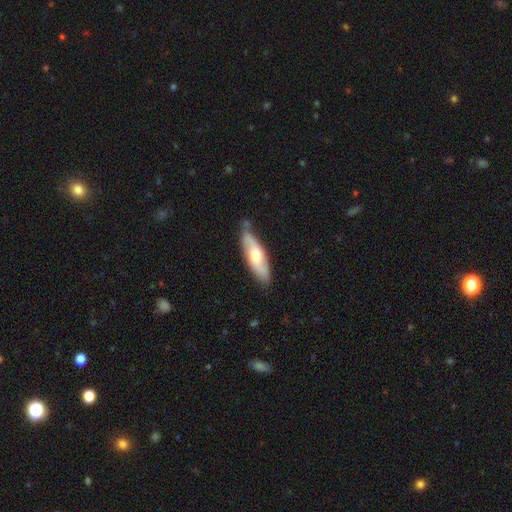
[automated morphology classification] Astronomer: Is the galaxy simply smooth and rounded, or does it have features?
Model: smooth — 51% (runner-up: featured or disk, 44%).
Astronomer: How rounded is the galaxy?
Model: cigar-shaped — 53% (runner-up: in between, 45%).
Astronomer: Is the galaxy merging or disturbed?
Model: none — 71%.